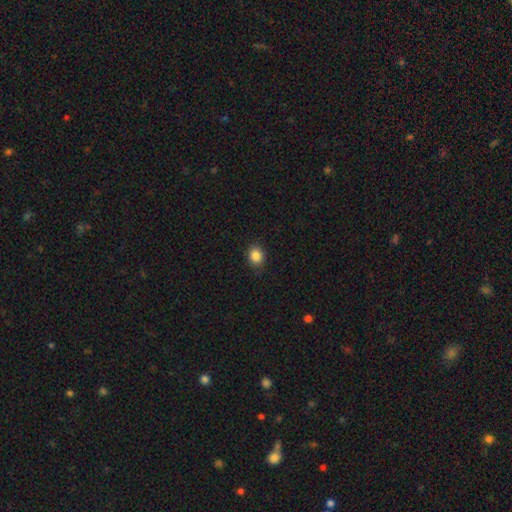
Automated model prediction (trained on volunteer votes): Smooth or featured: smooth — 86% (star or artifact — 10%)
How rounded: round — 58% (in between — 41%)
Merging: none — 87% (minor disturbance — 10%)